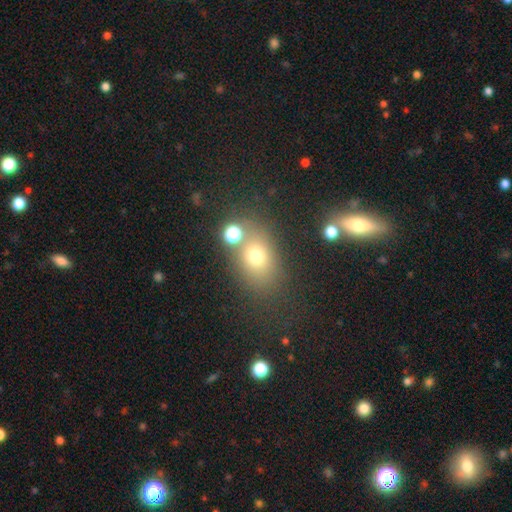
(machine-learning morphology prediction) Smooth or featured? Predicted: smooth (p=0.69). How rounded? Predicted: in between (p=0.61). Merging? Predicted: none (p=0.66).